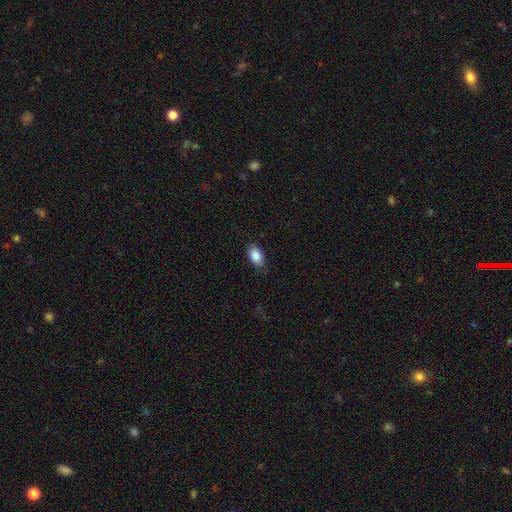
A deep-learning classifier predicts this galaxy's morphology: Smooth or featured? Predicted: smooth (p=0.87). How rounded? Predicted: in between (p=0.89). Merging? Predicted: none (p=0.82).